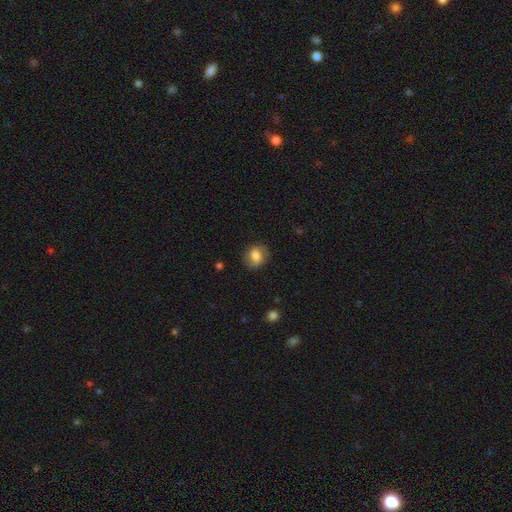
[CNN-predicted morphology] Smooth or featured? smooth (70%)
How rounded? round (54%)
Merging? none (78%)